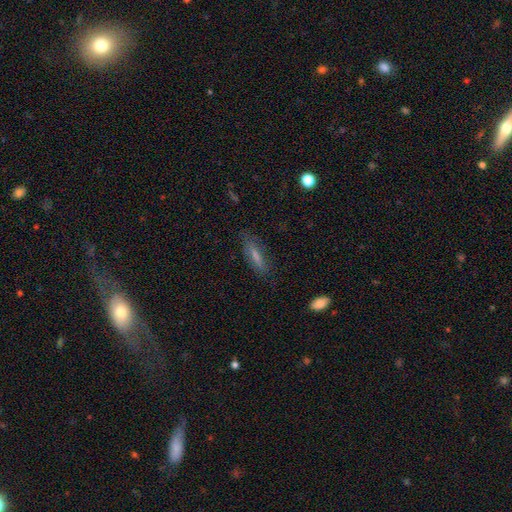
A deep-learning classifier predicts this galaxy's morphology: This appears to be a smooth galaxy with no disk features (54%) that is cigar-shaped (68%). Merging: none (80%).